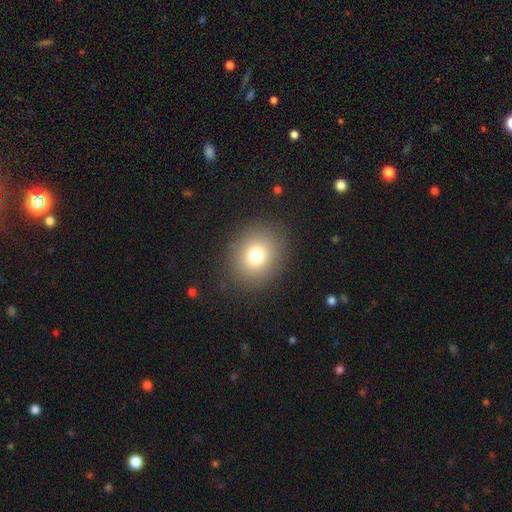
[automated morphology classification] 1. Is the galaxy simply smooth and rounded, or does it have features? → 76% smooth, 13% star or artifact, 10% featured or disk.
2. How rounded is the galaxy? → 70% round, 29% in between, 1% cigar-shaped.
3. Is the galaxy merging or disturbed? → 87% none, 8% minor disturbance, 4% major disturbance, 1% merger.